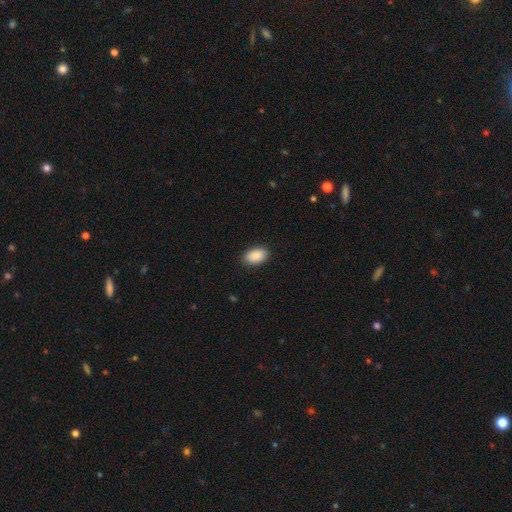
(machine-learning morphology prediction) A smooth galaxy with no disk features (90%) that is in between round and cigar-shaped (91%). Merging: none (89%).